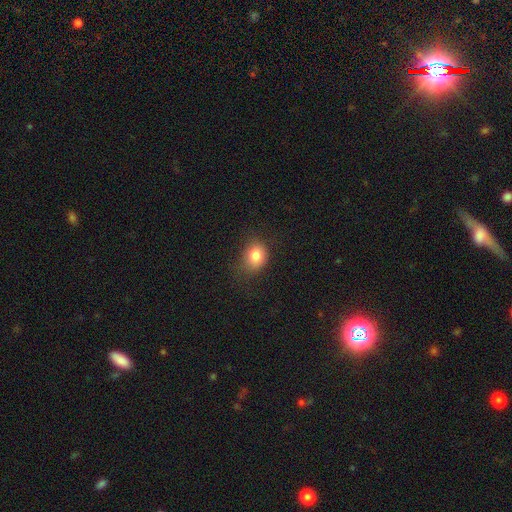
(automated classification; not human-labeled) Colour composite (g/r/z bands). It shows a smooth galaxy with no disk features (80%) that is round (55%). Merging: none (71%).